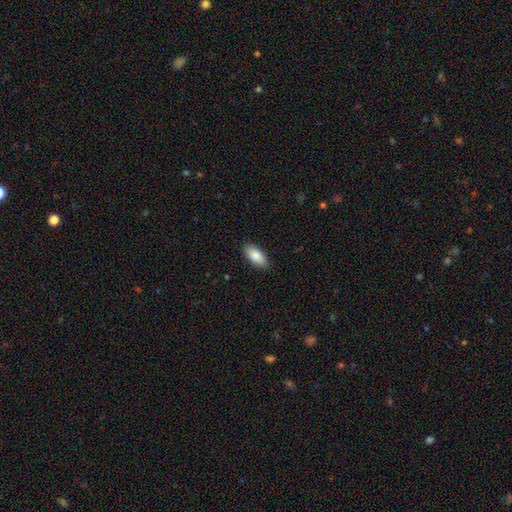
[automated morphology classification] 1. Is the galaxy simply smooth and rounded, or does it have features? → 86% smooth, 8% featured or disk, 6% star or artifact.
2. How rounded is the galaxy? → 89% in between, 10% cigar-shaped, 2% round.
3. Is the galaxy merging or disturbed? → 89% none, 8% minor disturbance, 2% major disturbance, 1% merger.